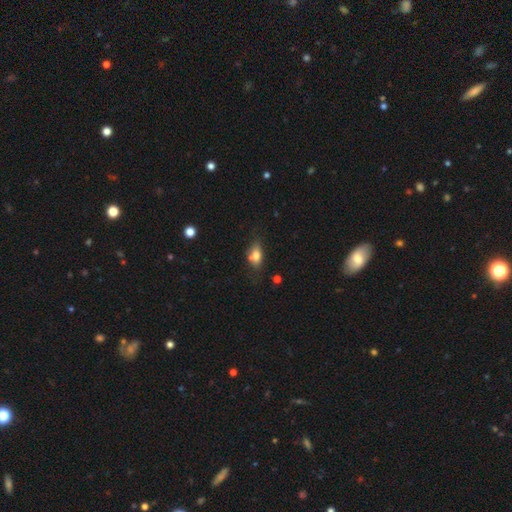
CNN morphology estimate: The model was most divided on "merging": none: 53%, minor disturbance: 26%, merger: 13%, major disturbance: 9%. More confident: how rounded — in between (82%); smooth or featured — smooth (72%).